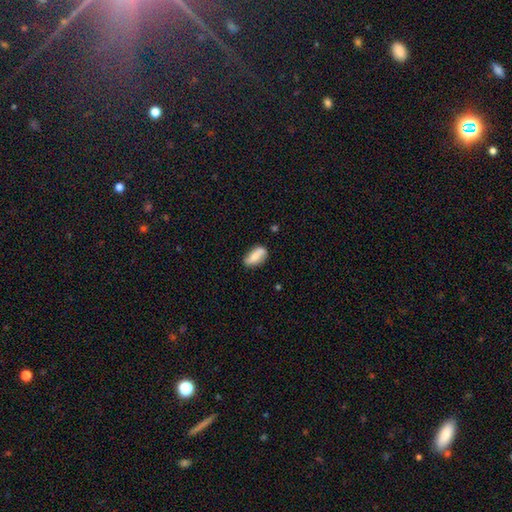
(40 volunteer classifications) A smooth galaxy with no disk features (80%) that is in between round and cigar-shaped (88%). Merging: none (72%).